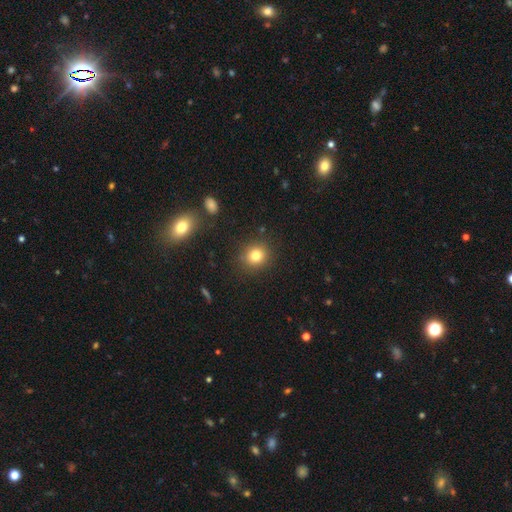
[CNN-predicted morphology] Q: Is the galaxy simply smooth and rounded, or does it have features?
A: smooth — 80%.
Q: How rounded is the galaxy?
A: round — 82%.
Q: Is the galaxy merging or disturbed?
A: none — 87%.